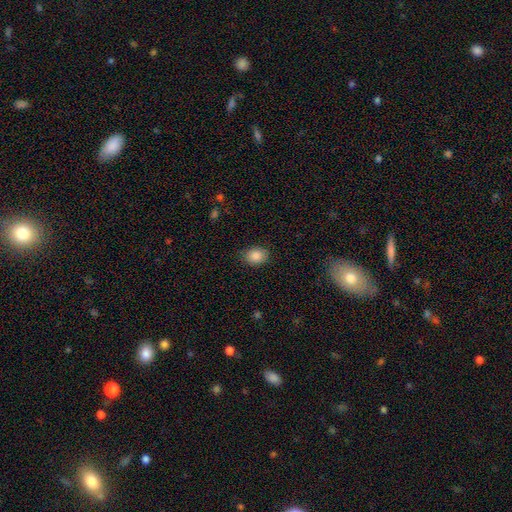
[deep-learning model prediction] smooth_or_featured: smooth (p=0.87) [alt: star or artifact p=0.08]
how_rounded: in between (p=0.58) [alt: round p=0.41]
merging: none (p=0.82) [alt: minor disturbance p=0.14]